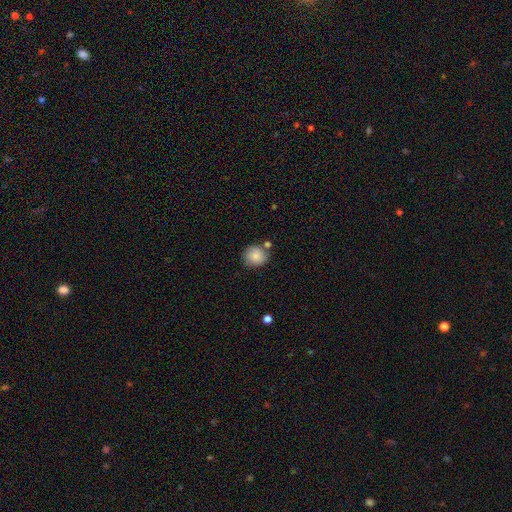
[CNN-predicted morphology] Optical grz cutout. It shows a smooth galaxy with no disk features (82%) that is round (84%). Merging: none (70%).